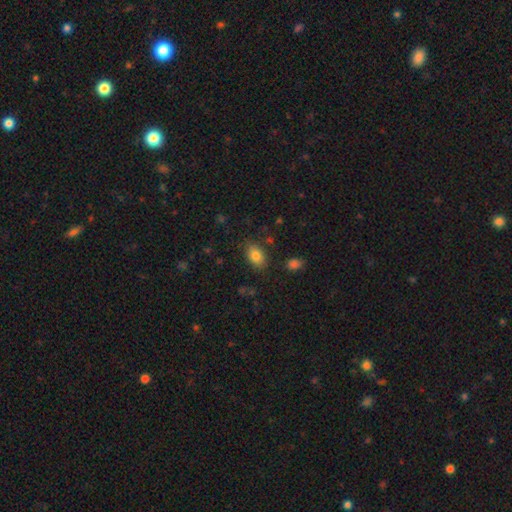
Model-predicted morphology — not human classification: Smooth or featured?
  - smooth: 83% *
  - star or artifact: 9%
  - featured or disk: 8%
How rounded?
  - in between: 86% *
  - round: 13%
  - cigar-shaped: 2%
Merging?
  - none: 81% *
  - minor disturbance: 13%
  - major disturbance: 4%
  - merger: 2%